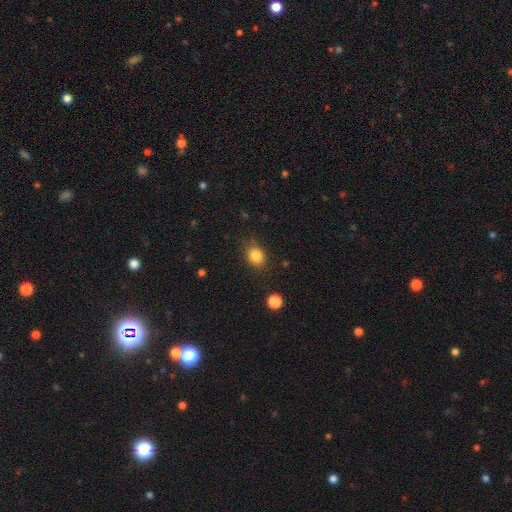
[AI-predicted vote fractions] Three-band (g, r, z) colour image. It shows a smooth galaxy with no disk features (84%) that is in between round and cigar-shaped (50%). Merging: none (80%).